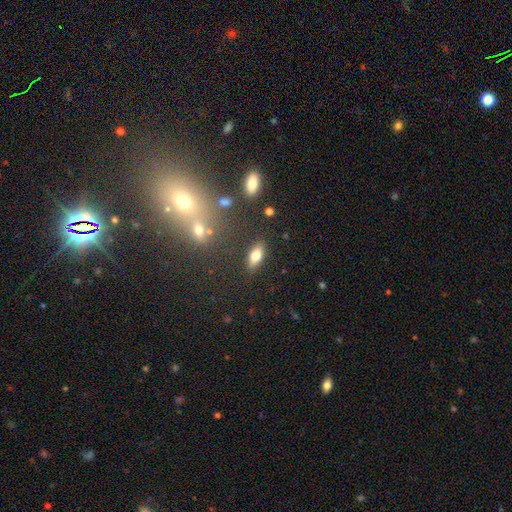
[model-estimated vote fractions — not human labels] This is likely a smooth galaxy (75%). How rounded: clearly in between (82%). Merging: clearly none (85%).